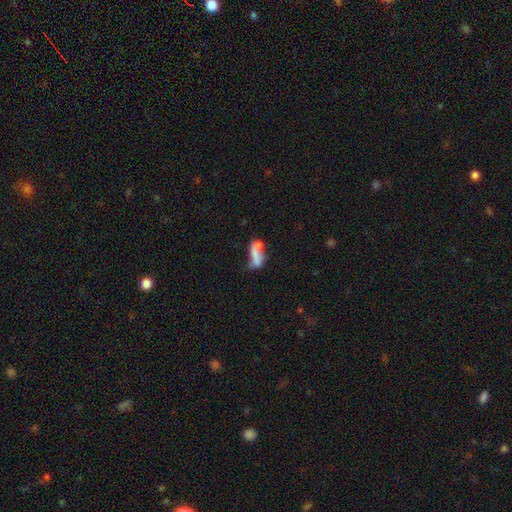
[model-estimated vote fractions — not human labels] Smooth or featured?
  - smooth: 56% *
  - featured or disk: 34%
  - star or artifact: 11%
How rounded?
  - in between: 71% *
  - cigar-shaped: 23%
  - round: 5%
Merging?
  - merger: 39% *
  - none: 25%
  - major disturbance: 18%
  - minor disturbance: 17%